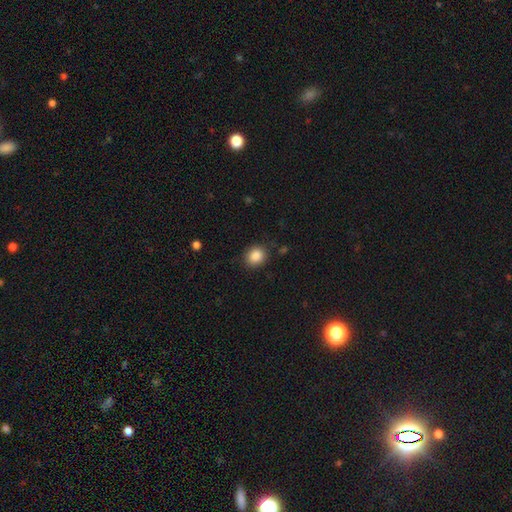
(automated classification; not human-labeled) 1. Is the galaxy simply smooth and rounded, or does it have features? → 87% smooth, 9% star or artifact, 4% featured or disk.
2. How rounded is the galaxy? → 67% round, 32% in between, 1% cigar-shaped.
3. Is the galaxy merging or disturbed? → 84% none, 12% minor disturbance, 3% major disturbance, 2% merger.